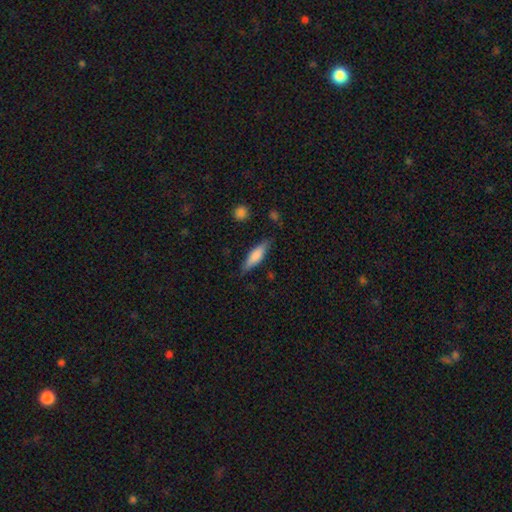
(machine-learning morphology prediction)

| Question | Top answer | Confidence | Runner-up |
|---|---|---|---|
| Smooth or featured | smooth | 72% | featured or disk (22%) |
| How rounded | cigar-shaped | 59% | in between (39%) |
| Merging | none | 79% | minor disturbance (16%) |